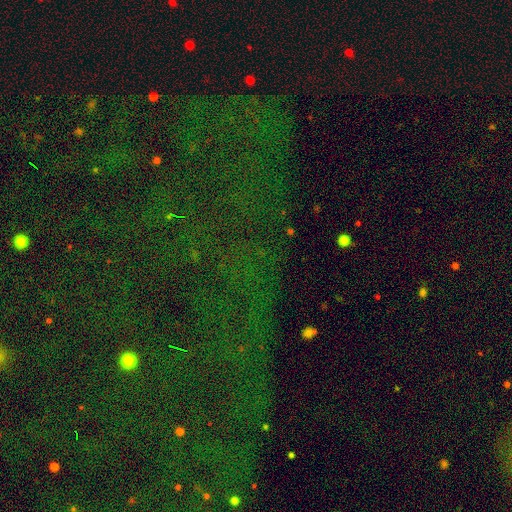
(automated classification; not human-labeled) Q: Smooth or featured?
A: star or artifact (79%); runner-up: smooth (11%)